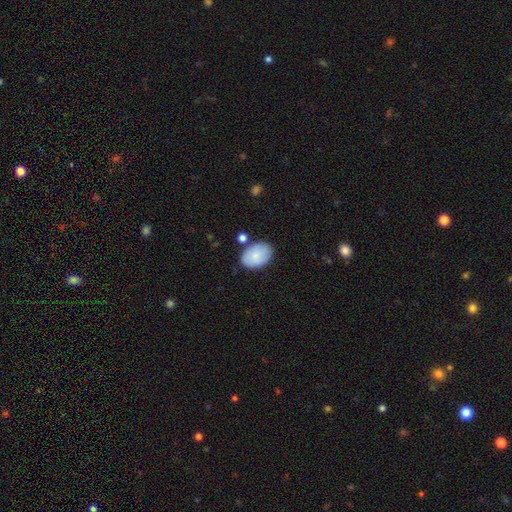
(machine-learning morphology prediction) Smooth or featured?
  - smooth: 83% *
  - featured or disk: 10%
  - star or artifact: 6%
How rounded?
  - in between: 87% *
  - round: 12%
  - cigar-shaped: 1%
Merging?
  - none: 72% *
  - minor disturbance: 16%
  - merger: 8%
  - major disturbance: 4%